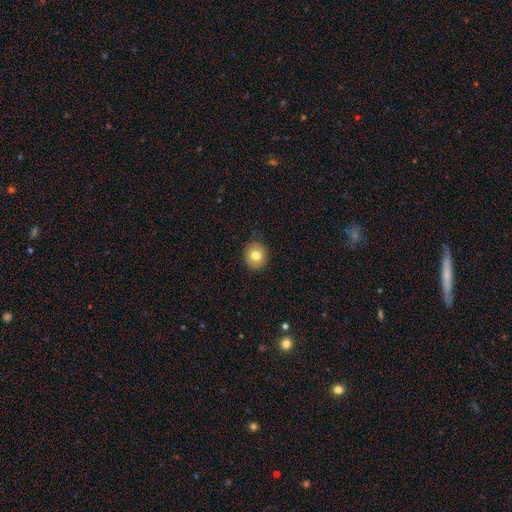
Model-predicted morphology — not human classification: Q: Smooth or featured?
A: smooth (78%); runner-up: featured or disk (13%)
Q: How rounded?
A: round (78%); runner-up: in between (21%)
Q: Merging?
A: none (86%); runner-up: minor disturbance (11%)